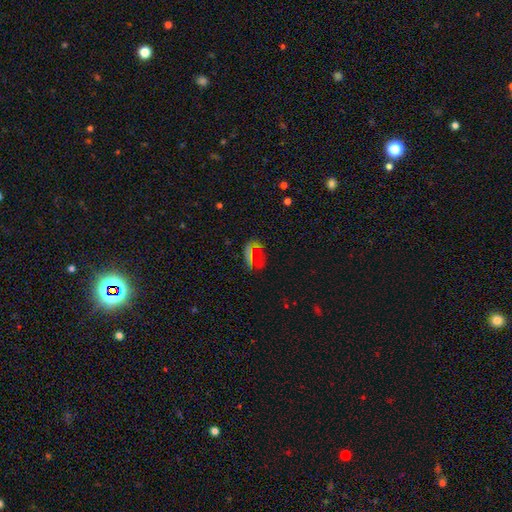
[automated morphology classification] smooth 47%, star or artifact 29%, featured or disk 24%. Down the decision tree: merging — none (51%).